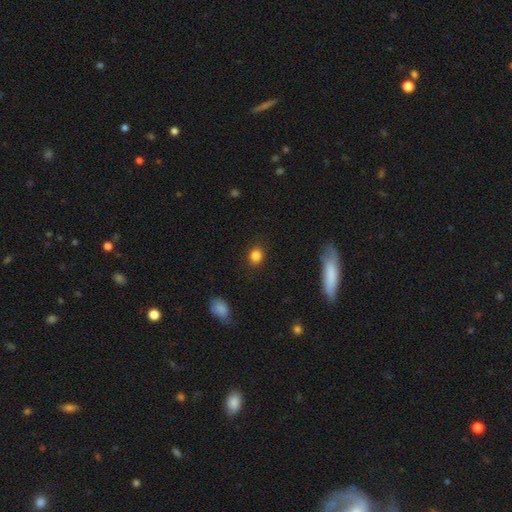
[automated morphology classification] type=smooth (85%); roundness=round (64%); merging=none (88%).